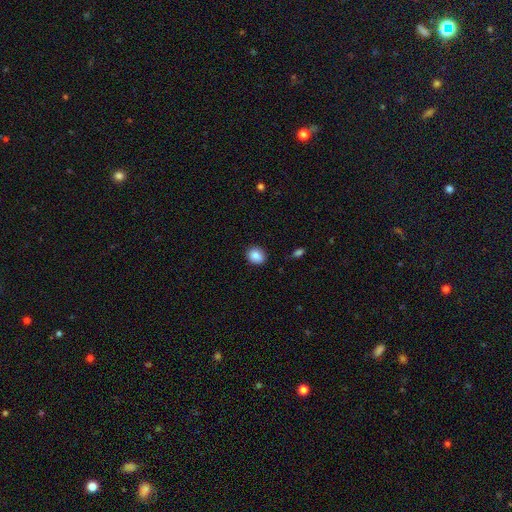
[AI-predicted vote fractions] Smooth or featured?
  - smooth: 87% *
  - star or artifact: 8%
  - featured or disk: 5%
How rounded?
  - round: 69% *
  - in between: 30%
  - cigar-shaped: 1%
Merging?
  - none: 89% *
  - minor disturbance: 8%
  - major disturbance: 2%
  - merger: 1%